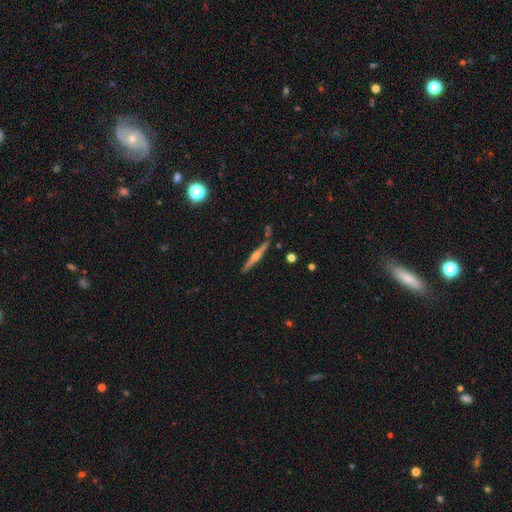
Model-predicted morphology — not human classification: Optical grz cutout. It shows a featured or disk galaxy (78%) viewed edge-on (98%) with a rounded central bulge (85%). Merging: none (84%).